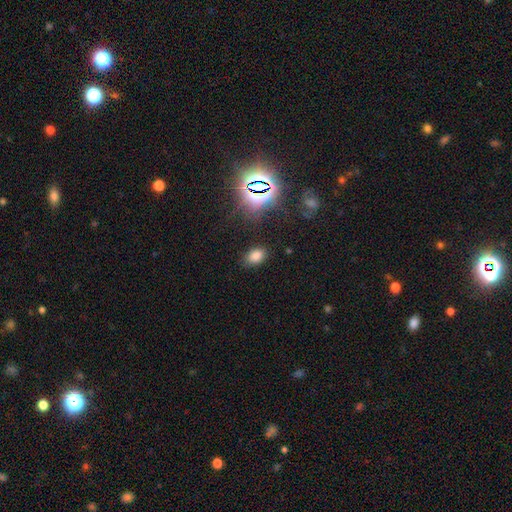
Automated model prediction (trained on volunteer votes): smooth-or-featured: smooth: 75% | star or artifact: 19% | featured or disk: 6%
  how-rounded: in between: 84% | round: 15% | cigar-shaped: 1%
  merging: none: 82% | minor disturbance: 12% | major disturbance: 4% | merger: 2%